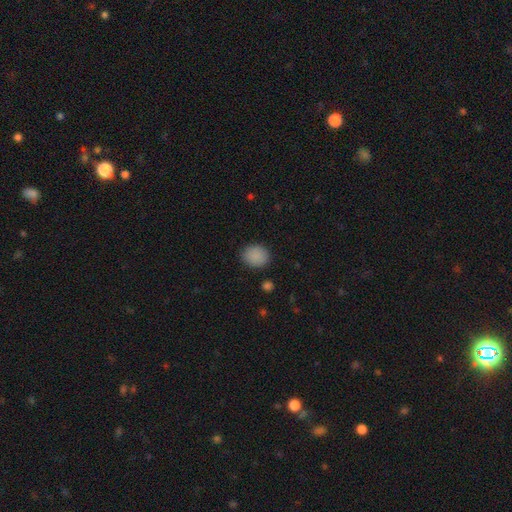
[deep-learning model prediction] smooth 88%, star or artifact 9%, featured or disk 3%. Down the decision tree: how rounded — round (61%); merging — none (87%).